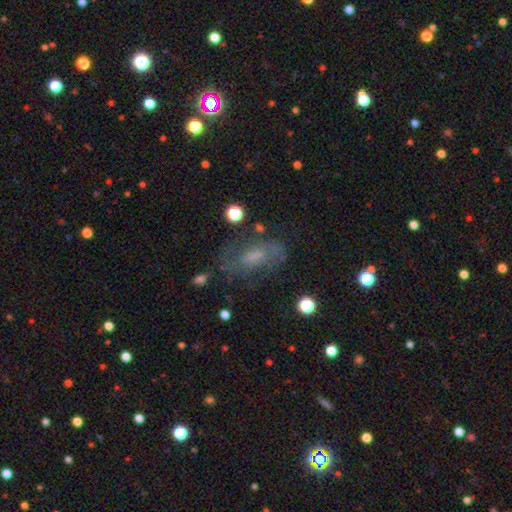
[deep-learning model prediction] A featured or disk galaxy (52%).

Vote fractions:
- Smooth or featured? featured or disk: 52% / smooth: 35% / star or artifact: 13%
- Edge-on disk? no: 92% / yes: 8%
- Merging? none: 60% / minor disturbance: 22% / major disturbance: 16% / merger: 3%